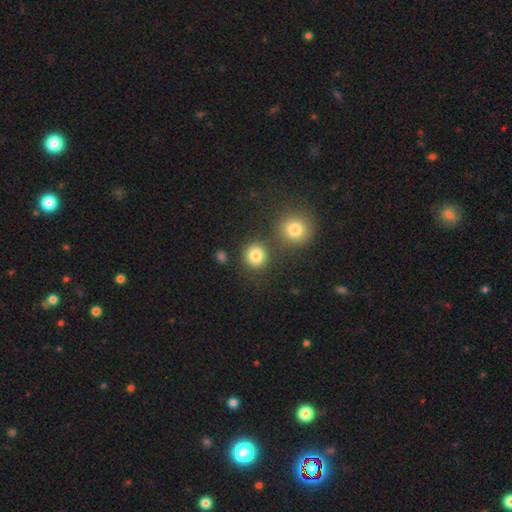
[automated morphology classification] Smooth or featured?
  - smooth: 82% *
  - star or artifact: 12%
  - featured or disk: 6%
How rounded?
  - round: 88% *
  - in between: 11%
  - cigar-shaped: 1%
Merging?
  - none: 75% *
  - merger: 13%
  - minor disturbance: 8%
  - major disturbance: 4%